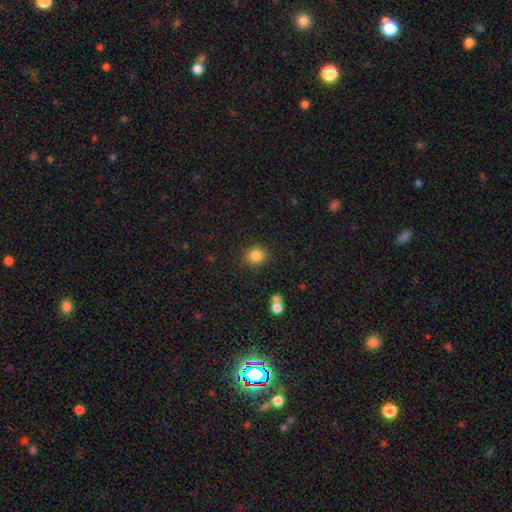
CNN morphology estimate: Smooth or featured: smooth — 85% (star or artifact — 11%)
How rounded: round — 75% (in between — 24%)
Merging: none — 86% (minor disturbance — 9%)